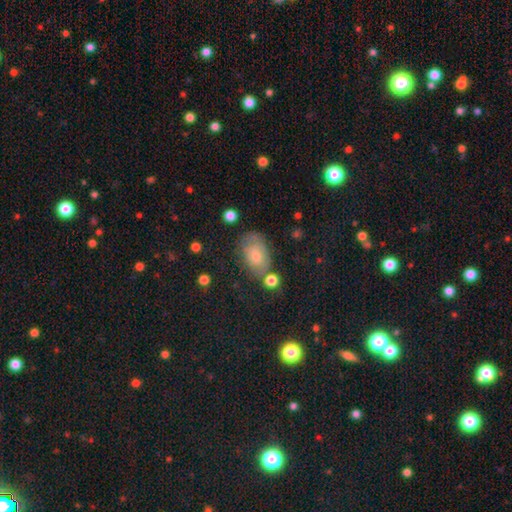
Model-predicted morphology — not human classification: This is possibly a smooth galaxy (53%). How rounded: clearly in between (82%). Merging: likely none (65%).